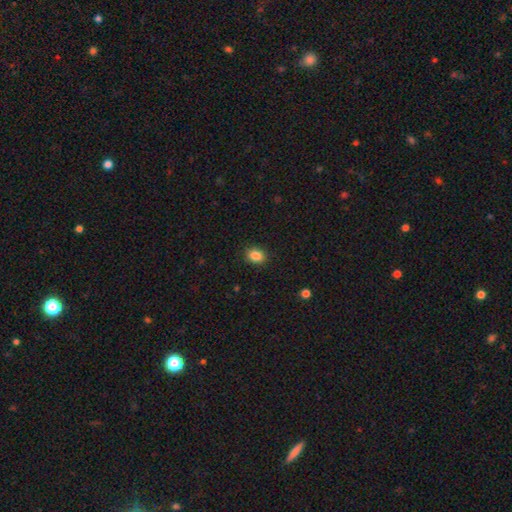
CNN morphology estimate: This appears to be a smooth galaxy with no disk features (86%) that is in between round and cigar-shaped (52%). Merging: none (89%).